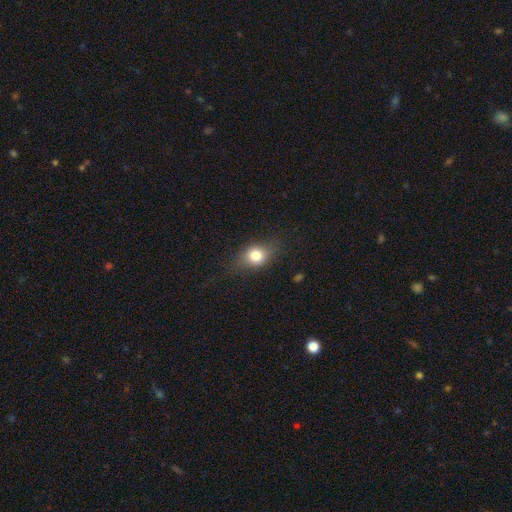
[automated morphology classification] A smooth galaxy with no disk features (75%) that is in between round and cigar-shaped (54%). Merging: none (76%).